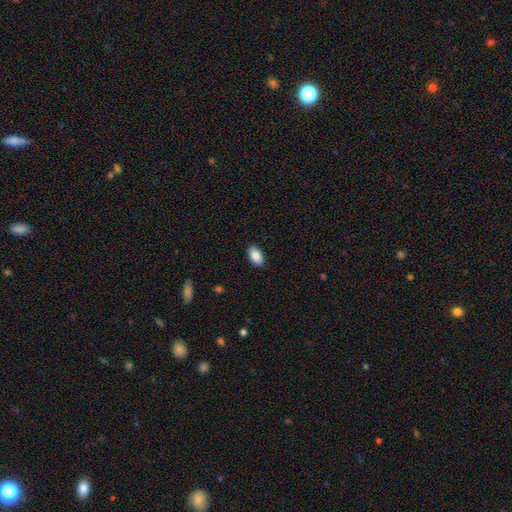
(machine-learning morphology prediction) Q: Smooth or featured?
A: smooth (87%); runner-up: star or artifact (7%)
Q: How rounded?
A: in between (94%); runner-up: round (4%)
Q: Merging?
A: none (89%); runner-up: minor disturbance (8%)